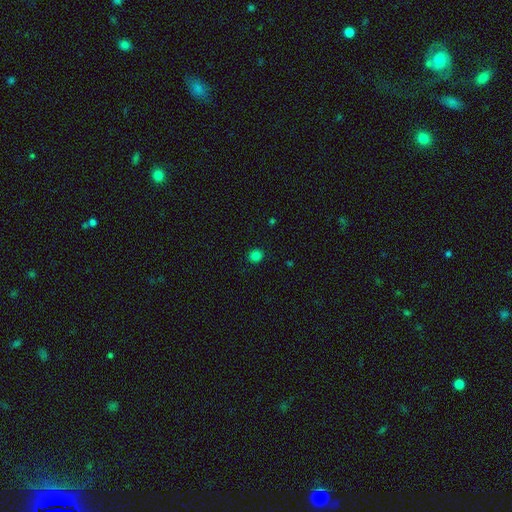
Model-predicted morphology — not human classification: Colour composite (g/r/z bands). It shows a smooth galaxy with no disk features (82%) that is round (80%). Merging: none (91%).